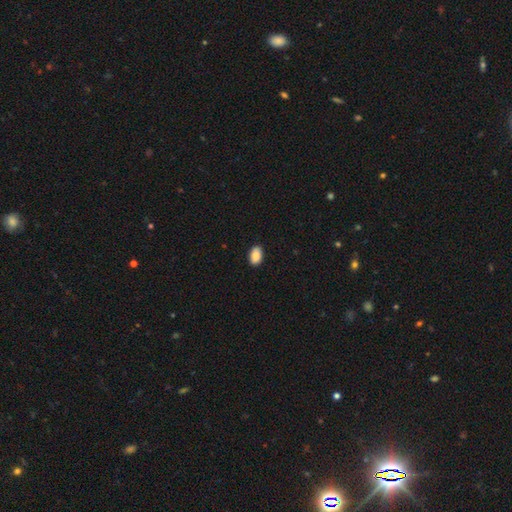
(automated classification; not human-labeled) This appears to be a smooth galaxy with no disk features (88%) that is in between round and cigar-shaped (91%). Merging: none (89%).